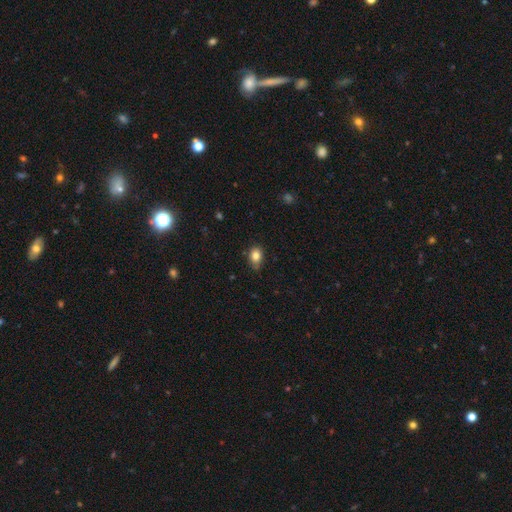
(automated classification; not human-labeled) smooth-or-featured: smooth: 83% | star or artifact: 10% | featured or disk: 7%
  how-rounded: in between: 68% | round: 31% | cigar-shaped: 1%
  merging: none: 72% | minor disturbance: 23% | major disturbance: 3% | merger: 2%